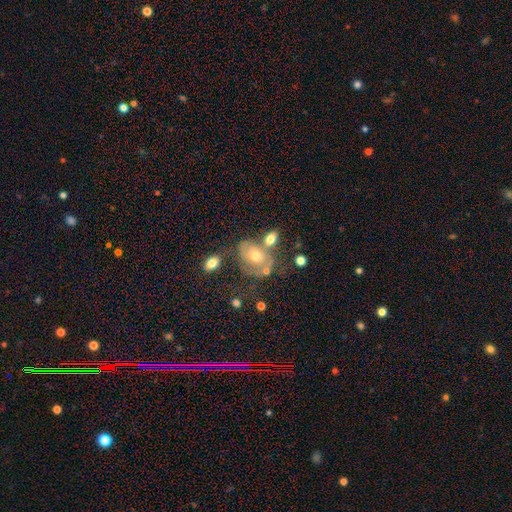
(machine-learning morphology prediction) Smooth or featured?
  - smooth: 47% *
  - featured or disk: 42%
  - star or artifact: 11%
Merging?
  - none: 40% *
  - merger: 26%
  - minor disturbance: 21%
  - major disturbance: 13%